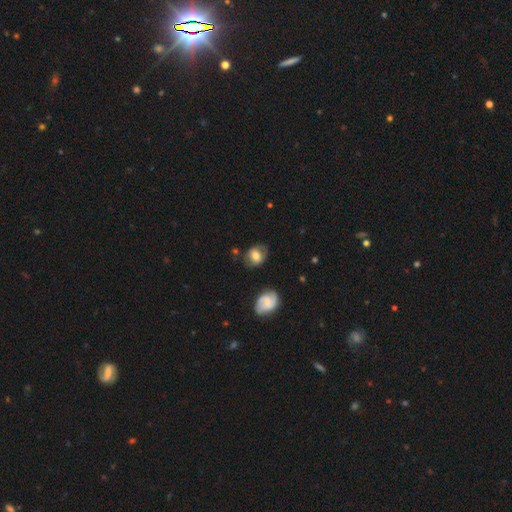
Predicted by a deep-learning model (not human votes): The model was most divided on "how rounded": round: 51%, in between: 47%, cigar-shaped: 1%. More confident: merging — none (68%); smooth or featured — smooth (60%).